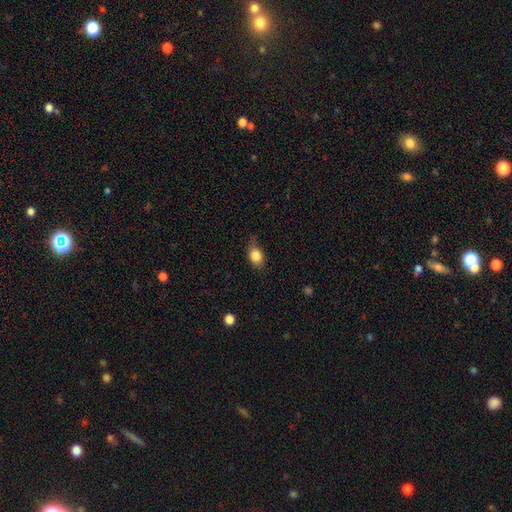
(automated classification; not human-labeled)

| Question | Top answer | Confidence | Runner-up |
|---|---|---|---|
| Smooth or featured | smooth | 84% | star or artifact (9%) |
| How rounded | in between | 68% | round (30%) |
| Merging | none | 67% | minor disturbance (25%) |